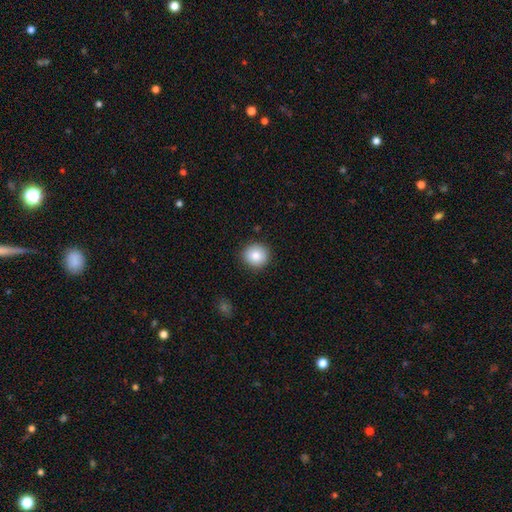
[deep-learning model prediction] Overall: smooth (85%). How rounded: round (92%). Merging: none (90%).